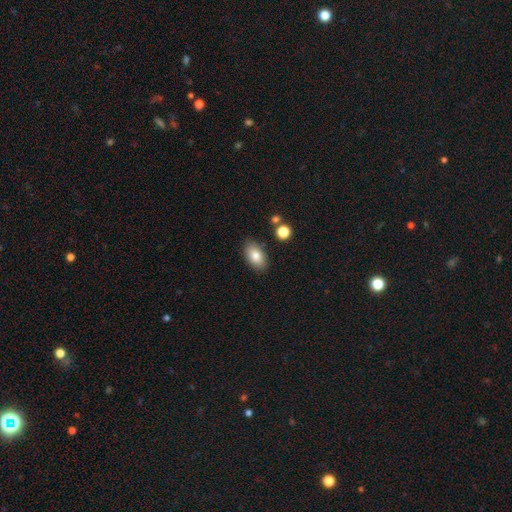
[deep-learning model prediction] A smooth galaxy with no disk features (82%) that is in between round and cigar-shaped (92%). Merging: none (86%).